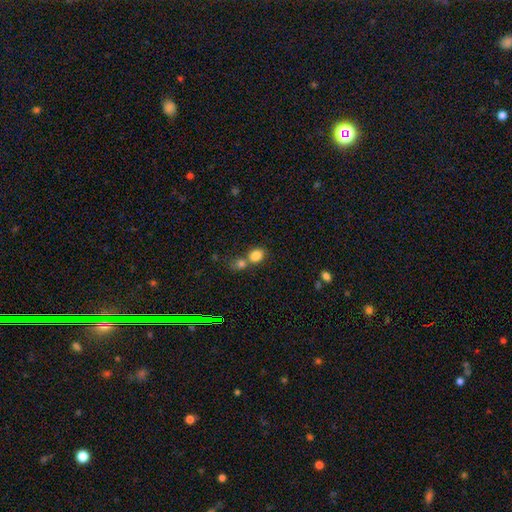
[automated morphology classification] smooth 82%, star or artifact 11%, featured or disk 7%. Down the decision tree: how rounded — in between (54%); merging — merger (44%).